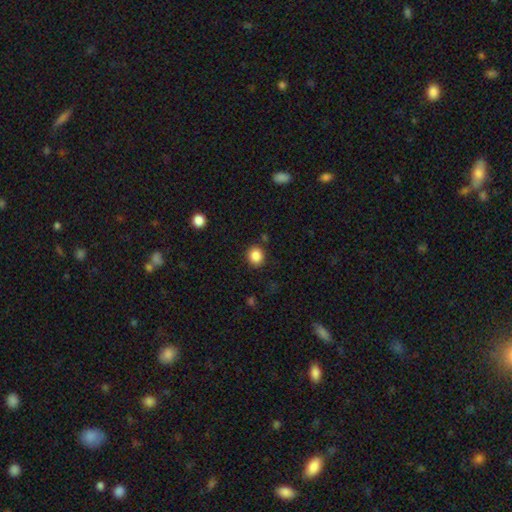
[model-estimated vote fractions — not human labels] Morphology: type=smooth (86%); roundness=round (81%); merging=none (86%).